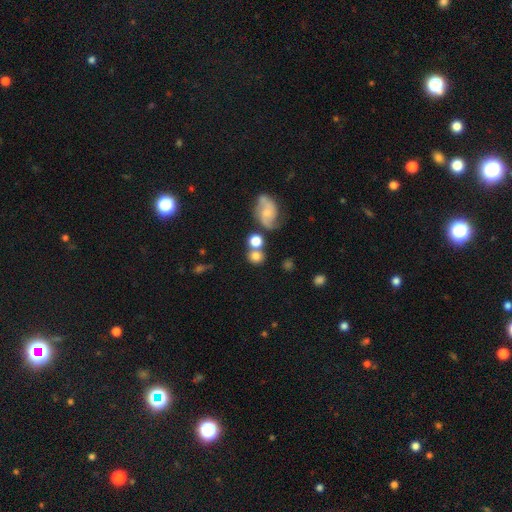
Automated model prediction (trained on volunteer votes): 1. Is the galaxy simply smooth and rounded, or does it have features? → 73% smooth, 16% featured or disk, 10% star or artifact.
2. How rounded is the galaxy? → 82% round, 17% in between, 1% cigar-shaped.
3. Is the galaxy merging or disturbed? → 56% none, 28% merger, 11% minor disturbance, 5% major disturbance.